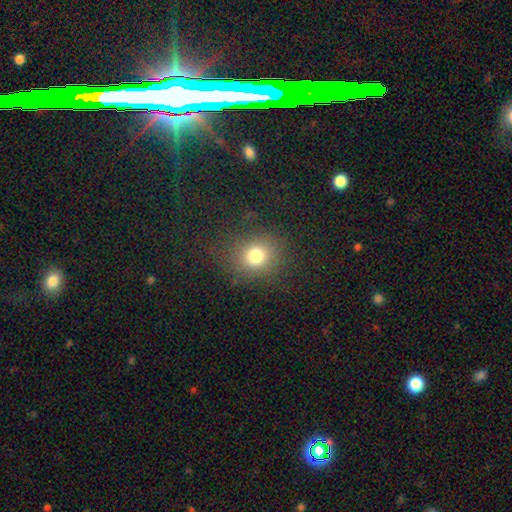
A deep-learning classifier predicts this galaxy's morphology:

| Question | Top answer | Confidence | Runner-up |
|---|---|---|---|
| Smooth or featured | smooth | 76% | star or artifact (15%) |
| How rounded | round | 75% | in between (24%) |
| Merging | none | 80% | minor disturbance (11%) |